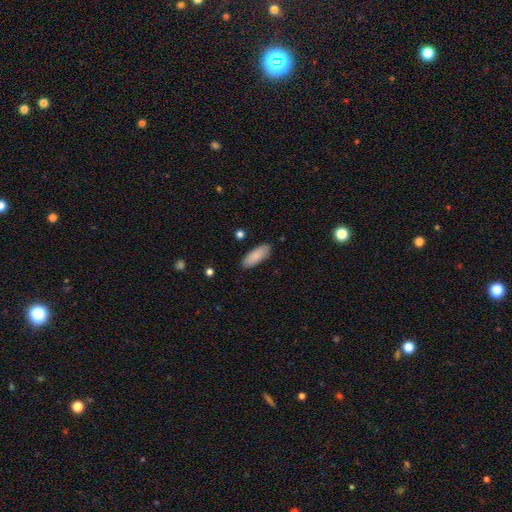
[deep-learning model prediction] Smooth or featured? Predicted: smooth (p=0.87). How rounded? Predicted: in between (p=0.74). Merging? Predicted: none (p=0.87).